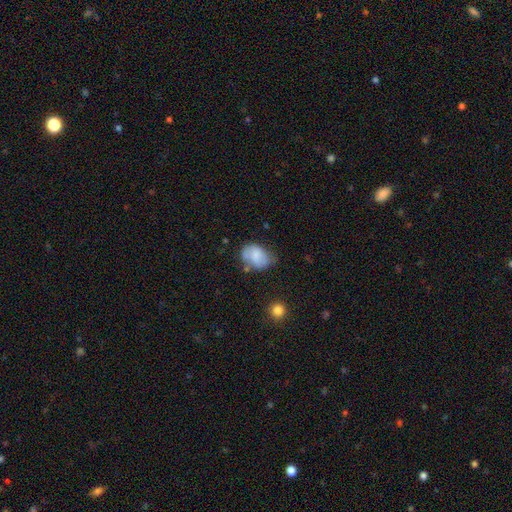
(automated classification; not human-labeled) Morphology: type=smooth (69%); roundness=in between (77%); merging=none (44%).